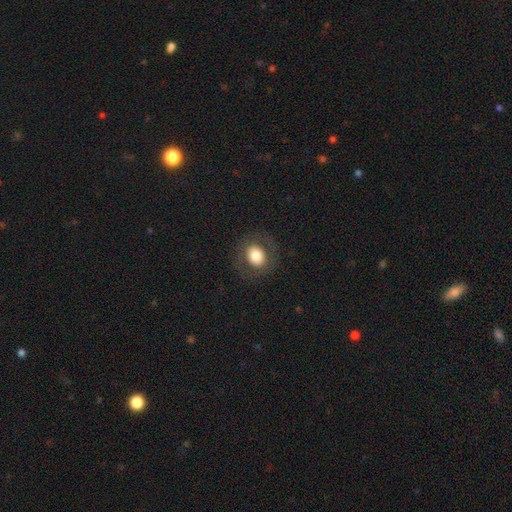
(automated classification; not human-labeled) The model was most divided on "how rounded": round: 70%, in between: 29%, cigar-shaped: 1%. More confident: merging — none (84%); smooth or featured — smooth (73%).